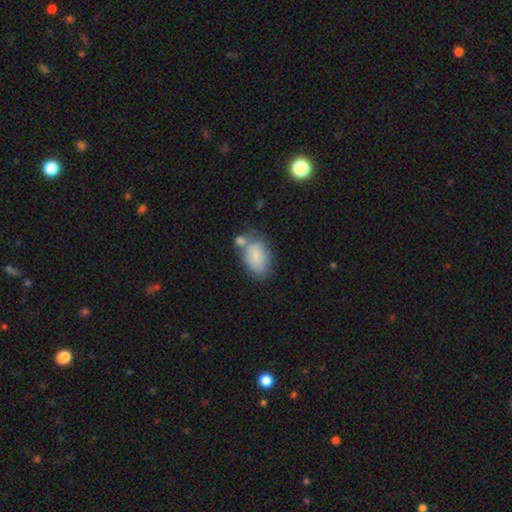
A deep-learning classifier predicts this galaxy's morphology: A smooth galaxy with no disk features (82%) that is in between round and cigar-shaped (91%). Merging: none (45%).